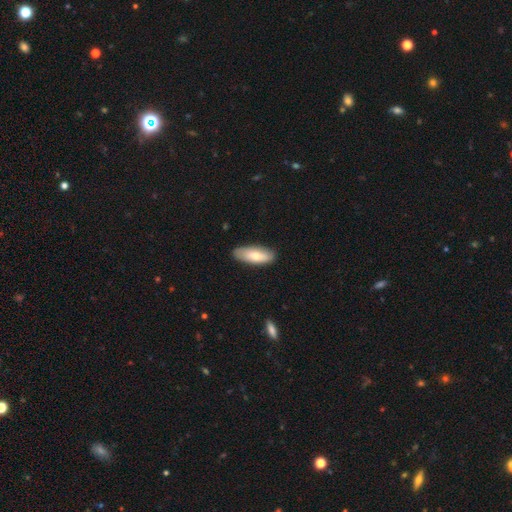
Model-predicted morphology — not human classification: This is likely a smooth galaxy (69%). How rounded: likely in between (75%). Merging: clearly none (85%).